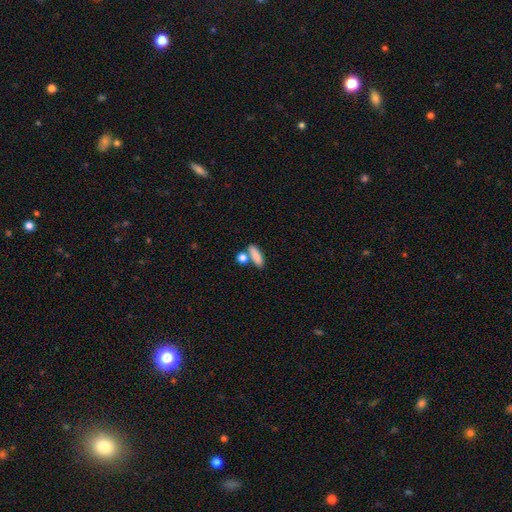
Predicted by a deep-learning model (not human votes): Smooth or featured?
  - smooth: 85% *
  - star or artifact: 7%
  - featured or disk: 7%
How rounded?
  - in between: 59% *
  - cigar-shaped: 34%
  - round: 7%
Merging?
  - none: 61% *
  - merger: 23%
  - minor disturbance: 12%
  - major disturbance: 4%